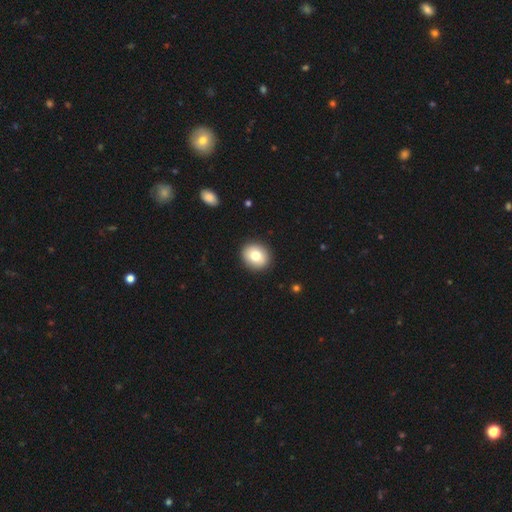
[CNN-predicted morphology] This appears to be a smooth galaxy with no disk features (80%) that is round (67%). Merging: none (91%).